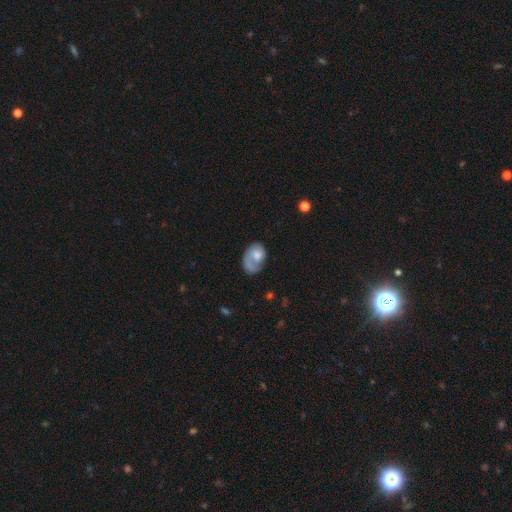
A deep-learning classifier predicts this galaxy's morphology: smooth 50%, featured or disk 43%, star or artifact 7%. Down the decision tree: how rounded — in between (79%); merging — none (37%).